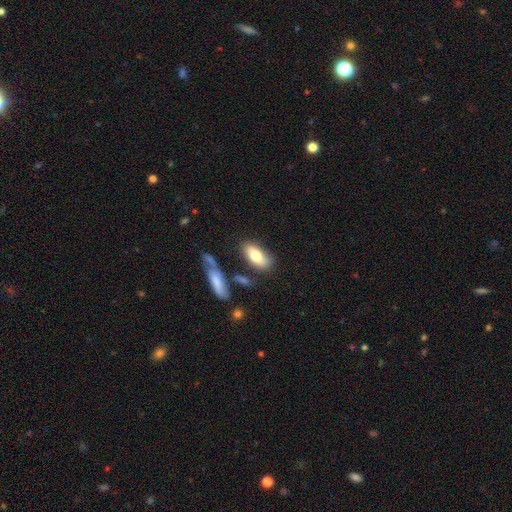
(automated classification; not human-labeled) Smooth or featured: smooth — 76% (featured or disk — 17%)
How rounded: in between — 87% (cigar-shaped — 10%)
Merging: none — 70% (minor disturbance — 17%)